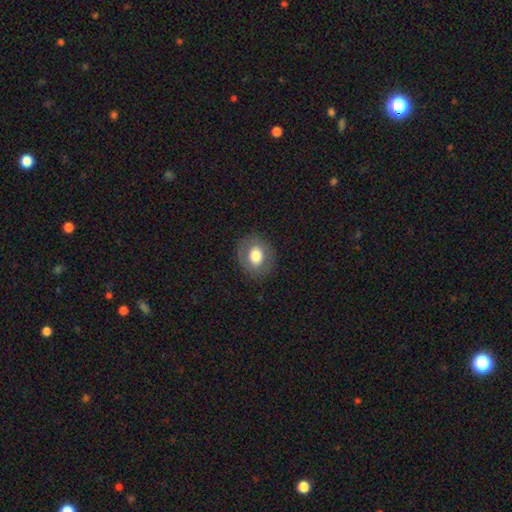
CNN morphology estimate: Overall: smooth (69%). How rounded: round (57%; in between 42%). Merging: none (84%).